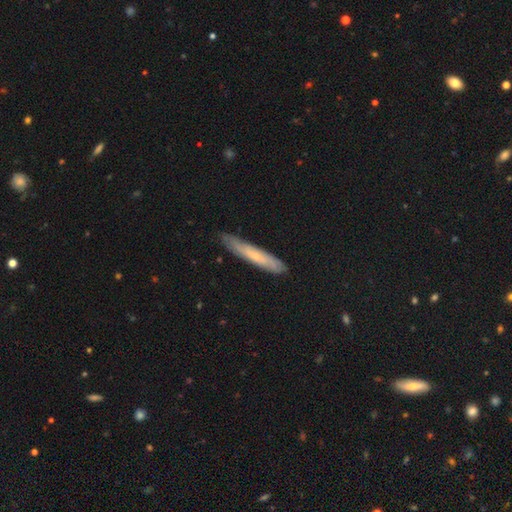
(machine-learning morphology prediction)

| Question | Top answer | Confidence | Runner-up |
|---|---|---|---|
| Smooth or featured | smooth | 47% | featured or disk (46%) |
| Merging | none | 79% | minor disturbance (17%) |